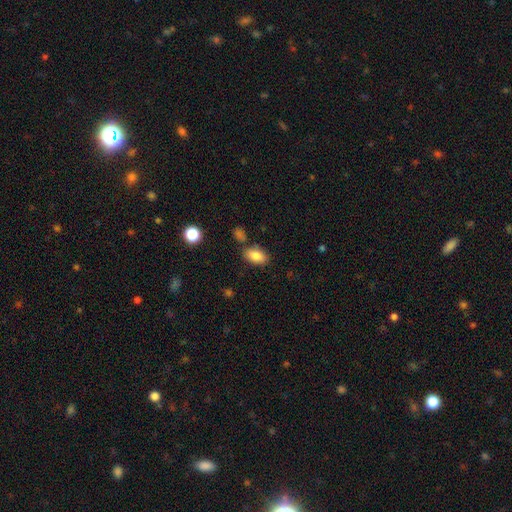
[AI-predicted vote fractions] This appears to be a smooth galaxy with no disk features (85%) that is in between round and cigar-shaped (91%). Merging: none (75%).